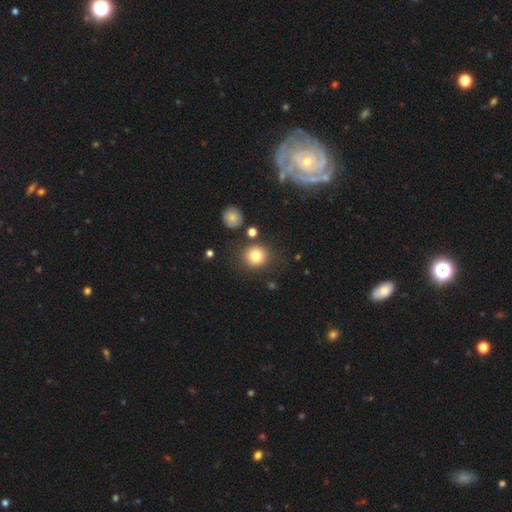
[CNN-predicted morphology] smooth 81%, star or artifact 11%, featured or disk 7%. Down the decision tree: how rounded — round (89%); merging — none (81%).